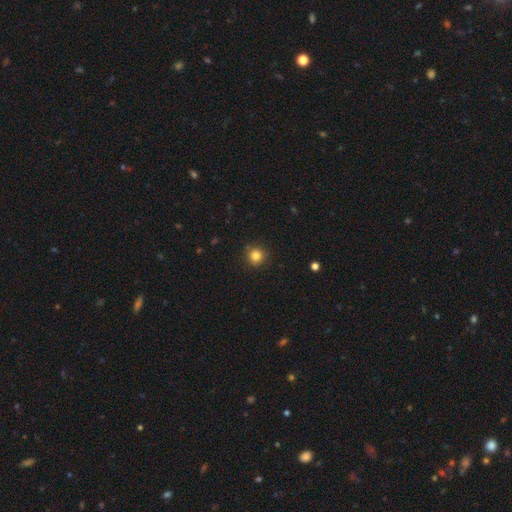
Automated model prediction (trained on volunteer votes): Smooth or featured?
  - smooth: 83% *
  - star or artifact: 12%
  - featured or disk: 5%
How rounded?
  - round: 93% *
  - in between: 6%
  - cigar-shaped: 1%
Merging?
  - none: 89% *
  - minor disturbance: 8%
  - major disturbance: 2%
  - merger: 1%